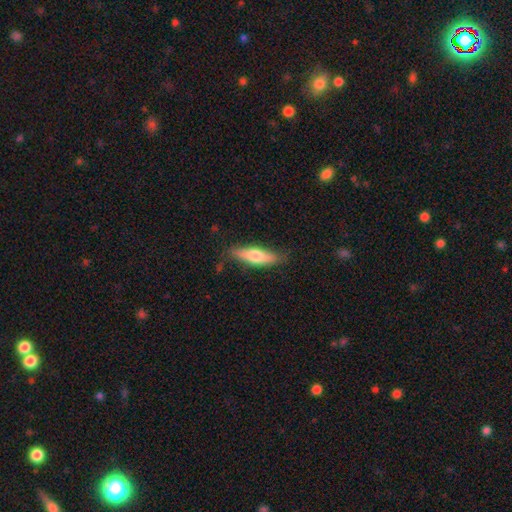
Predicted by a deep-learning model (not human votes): This appears to be a smooth galaxy with no disk features (62%) that is cigar-shaped (58%). Merging: none (78%).